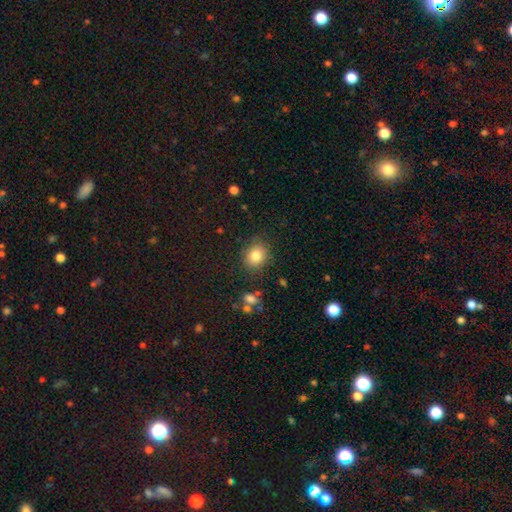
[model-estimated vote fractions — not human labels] Overall: smooth (82%). How rounded: round (67%; in between 32%). Merging: none (83%).